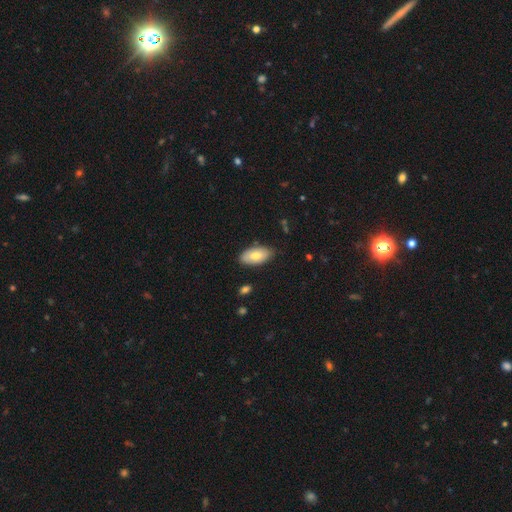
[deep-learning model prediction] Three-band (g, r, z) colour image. It shows a smooth galaxy with no disk features (72%) that is in between round and cigar-shaped (94%). Merging: none (81%).